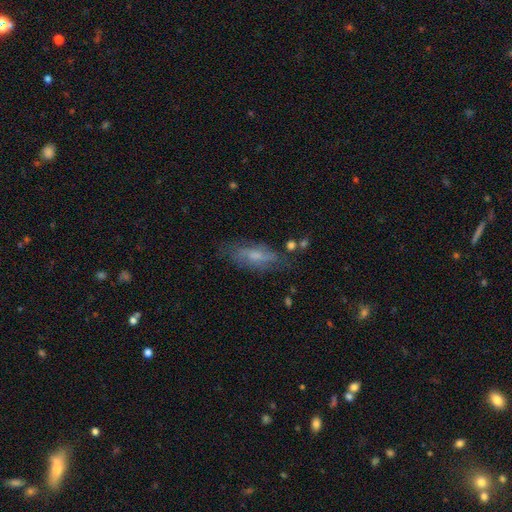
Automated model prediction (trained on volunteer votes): Morphology: type=featured or disk (46%); merging=none (65%).